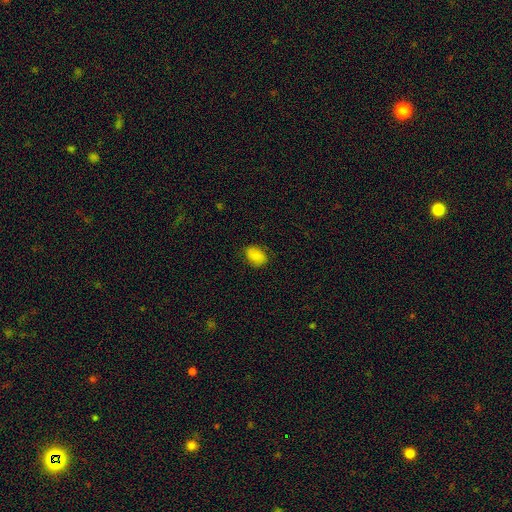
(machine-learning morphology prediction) This appears to be a smooth galaxy with no disk features (78%) that is in between round and cigar-shaped (71%). Merging: none (80%).